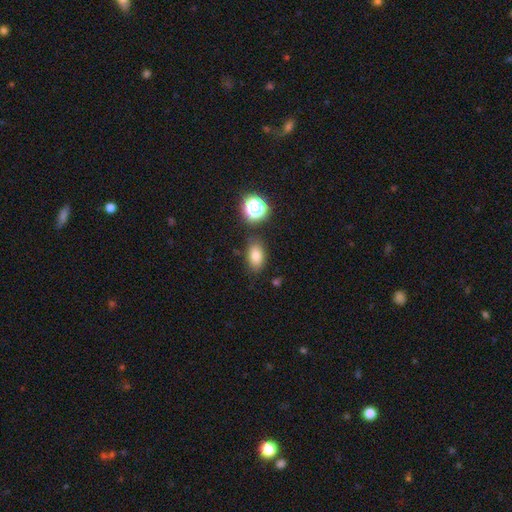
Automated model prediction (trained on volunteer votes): Smooth or featured?
  - smooth: 77% *
  - star or artifact: 13%
  - featured or disk: 9%
How rounded?
  - in between: 85% *
  - round: 13%
  - cigar-shaped: 2%
Merging?
  - none: 80% *
  - minor disturbance: 12%
  - merger: 4%
  - major disturbance: 3%